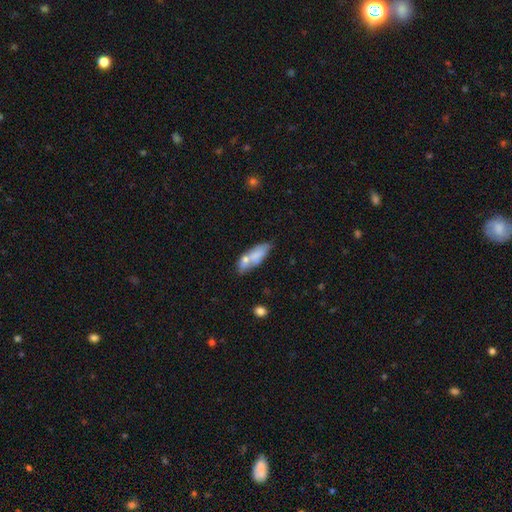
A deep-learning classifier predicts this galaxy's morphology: Smooth or featured? smooth (68%)
How rounded? in between (68%)
Merging? none (47%)